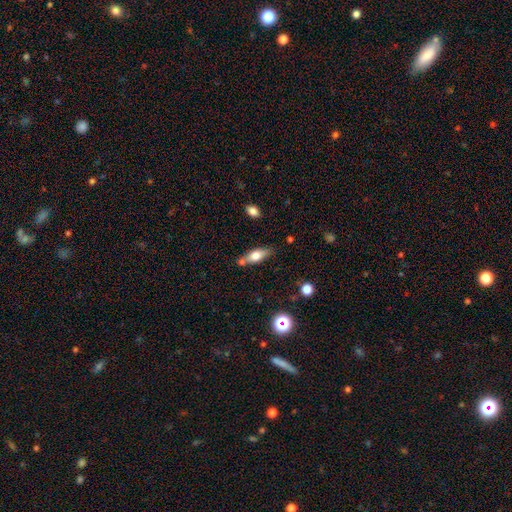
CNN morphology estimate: smooth 67%, featured or disk 25%, star or artifact 8%. Down the decision tree: how rounded — in between (67%); merging — none (62%).